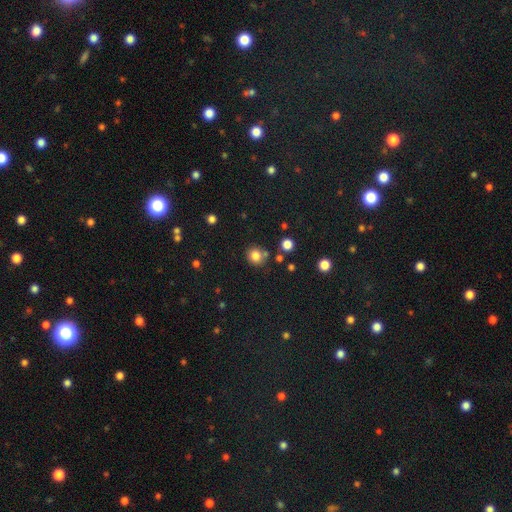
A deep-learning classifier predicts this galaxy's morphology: type=smooth (81%); roundness=round (84%); merging=none (74%).